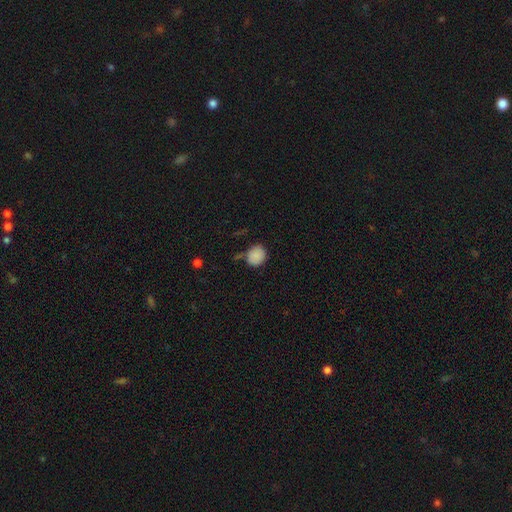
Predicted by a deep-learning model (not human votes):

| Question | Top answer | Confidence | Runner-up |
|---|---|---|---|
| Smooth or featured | smooth | 87% | star or artifact (8%) |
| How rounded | round | 76% | in between (23%) |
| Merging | none | 70% | minor disturbance (19%) |